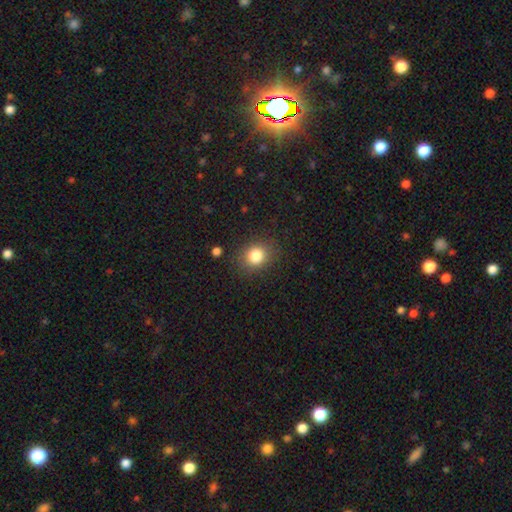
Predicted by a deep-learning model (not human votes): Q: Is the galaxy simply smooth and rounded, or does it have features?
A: smooth — 82%.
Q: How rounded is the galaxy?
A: round — 65%.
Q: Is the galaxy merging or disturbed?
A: none — 84%.